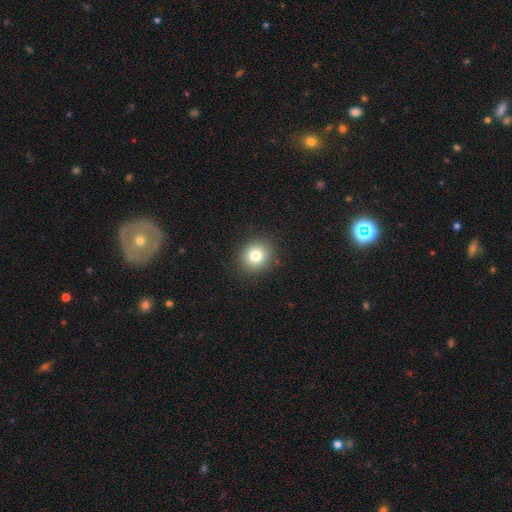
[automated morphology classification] Smooth or featured?
  - smooth: 79% *
  - star or artifact: 13%
  - featured or disk: 8%
How rounded?
  - round: 82% *
  - in between: 17%
  - cigar-shaped: 1%
Merging?
  - none: 91% *
  - minor disturbance: 6%
  - major disturbance: 2%
  - merger: 1%